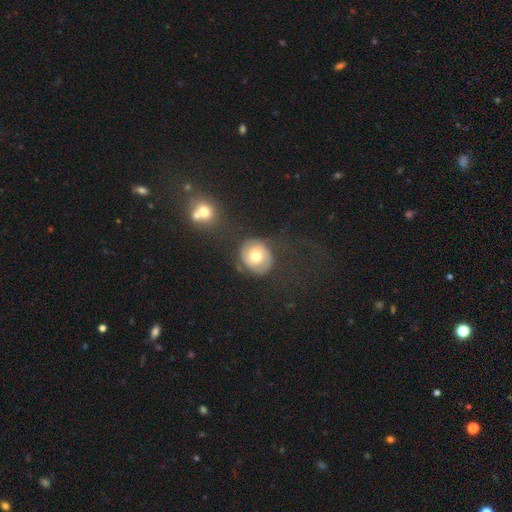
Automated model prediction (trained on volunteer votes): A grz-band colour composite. It shows a featured or disk galaxy (51%). Merging: none (71%).